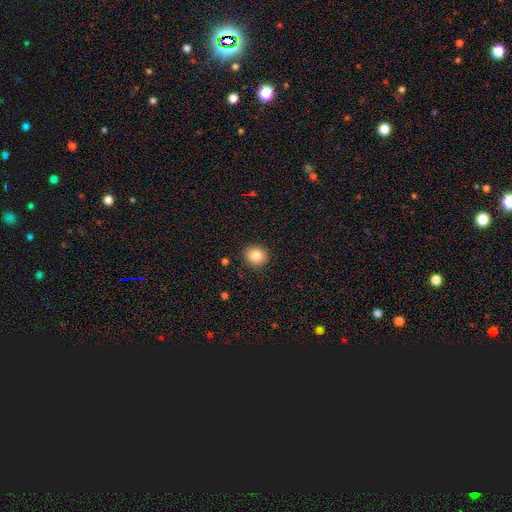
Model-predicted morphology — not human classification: Smooth or featured: smooth — 83% (star or artifact — 10%)
How rounded: round — 83% (in between — 16%)
Merging: none — 91% (minor disturbance — 6%)